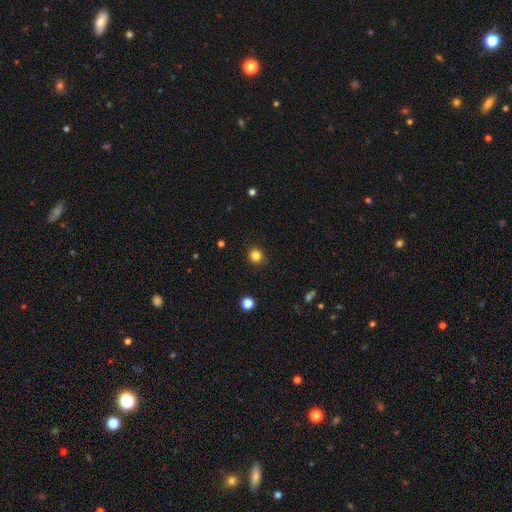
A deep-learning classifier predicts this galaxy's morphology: A smooth galaxy with no disk features (82%) that is round (90%).

Vote fractions:
- Smooth or featured? smooth: 82% / star or artifact: 13% / featured or disk: 5%
- How rounded? round: 90% / in between: 9% / cigar-shaped: 1%
- Merging? none: 91% / minor disturbance: 6% / major disturbance: 2% / merger: 1%